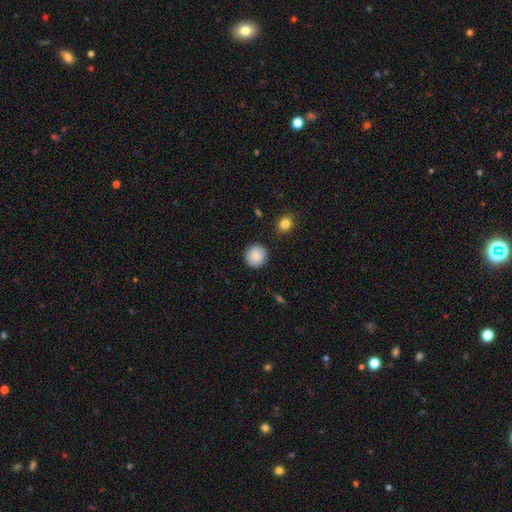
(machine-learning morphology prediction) A smooth galaxy with no disk features (86%) that is round (92%). Merging: none (90%).